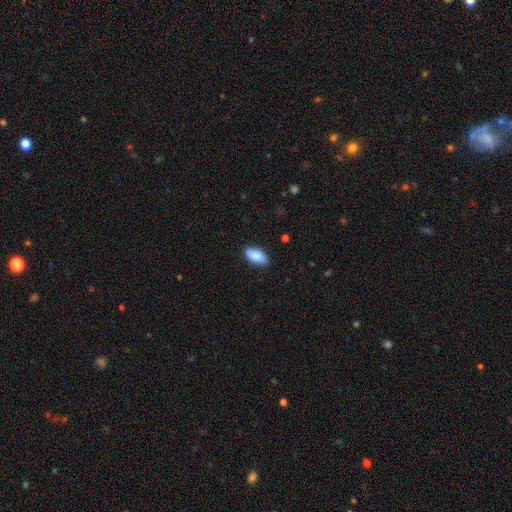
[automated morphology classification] smooth 85%, featured or disk 8%, star or artifact 6%. Down the decision tree: how rounded — in between (91%); merging — none (85%).